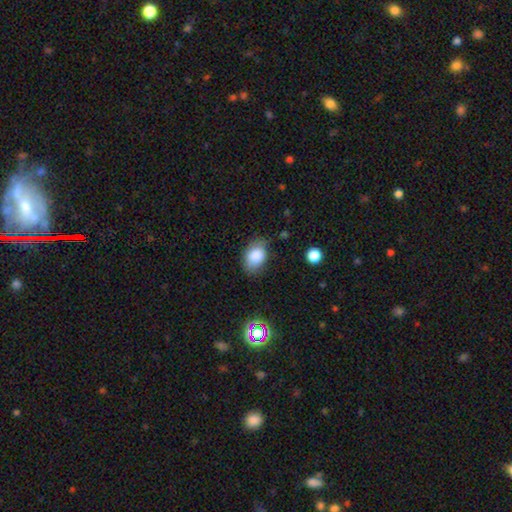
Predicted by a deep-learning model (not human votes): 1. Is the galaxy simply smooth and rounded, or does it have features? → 85% smooth, 9% star or artifact, 6% featured or disk.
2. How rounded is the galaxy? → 82% in between, 17% round, 1% cigar-shaped.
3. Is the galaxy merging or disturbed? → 72% none, 21% minor disturbance, 5% major disturbance, 2% merger.